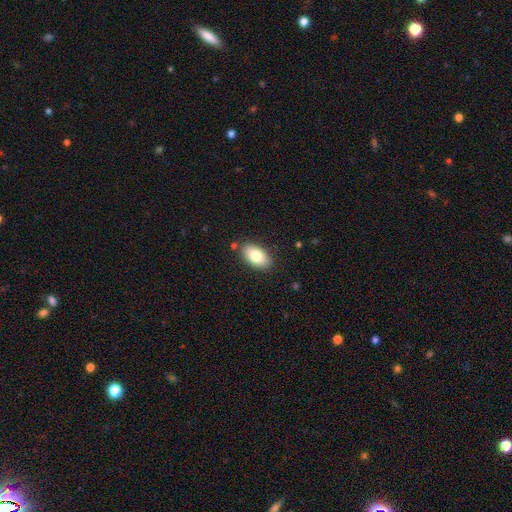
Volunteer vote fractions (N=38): Q: Smooth or featured?
A: smooth (82%); runner-up: featured or disk (16%)
Q: How rounded?
A: in between (100%)
Q: Merging?
A: none (86%); runner-up: minor disturbance (11%)